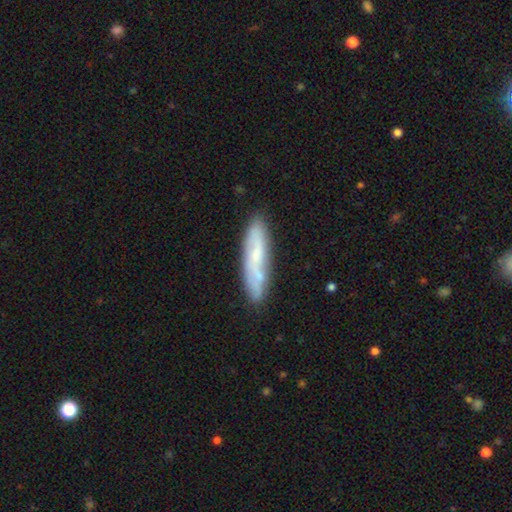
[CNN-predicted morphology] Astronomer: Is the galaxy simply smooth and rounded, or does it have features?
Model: featured or disk — 48% (runner-up: smooth, 46%).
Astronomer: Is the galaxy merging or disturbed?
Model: none — 76%.